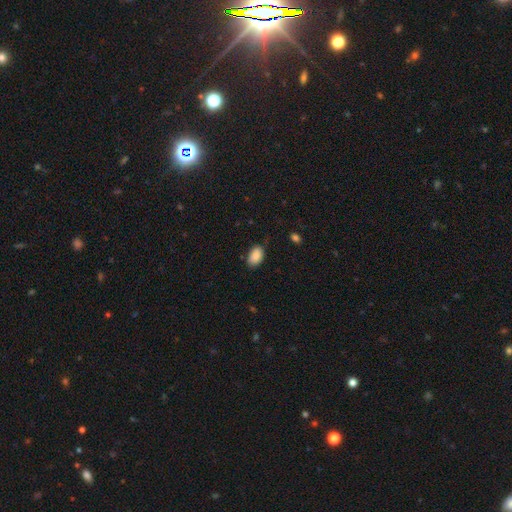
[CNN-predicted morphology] smooth-or-featured: smooth: 87% | star or artifact: 7% | featured or disk: 6%
  how-rounded: in between: 91% | round: 7% | cigar-shaped: 1%
  merging: none: 75% | minor disturbance: 20% | major disturbance: 3% | merger: 1%